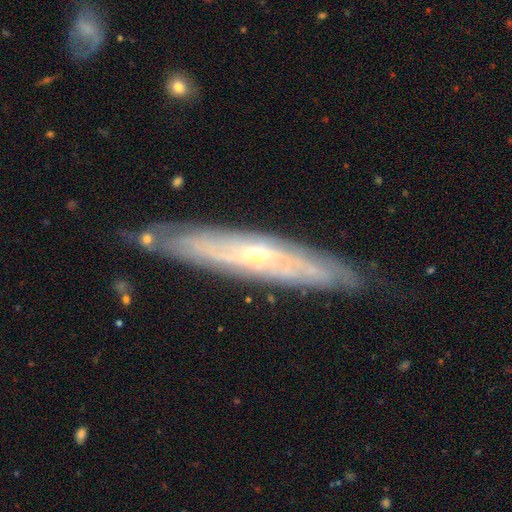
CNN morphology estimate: This is likely a featured or disk galaxy (80%). It is possibly viewed edge-on (52%). Merging: clearly none (80%).